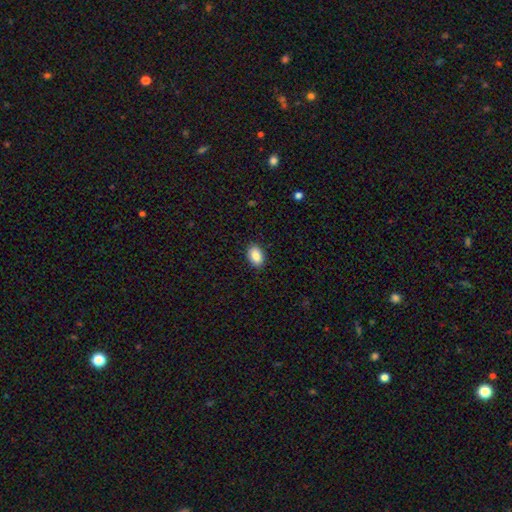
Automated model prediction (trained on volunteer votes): smooth-or-featured: smooth: 88% | star or artifact: 7% | featured or disk: 5%
  how-rounded: in between: 88% | round: 11% | cigar-shaped: 1%
  merging: none: 88% | minor disturbance: 9% | major disturbance: 2% | merger: 1%